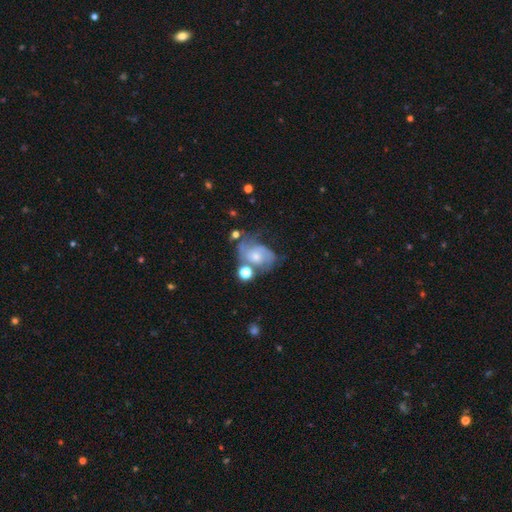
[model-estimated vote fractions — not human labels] Morphology: type=featured or disk (61%); edge-on=no (97%); bar=no (71%); spiral arms=yes (81%); bulge=small (54%); merging=none (36%).